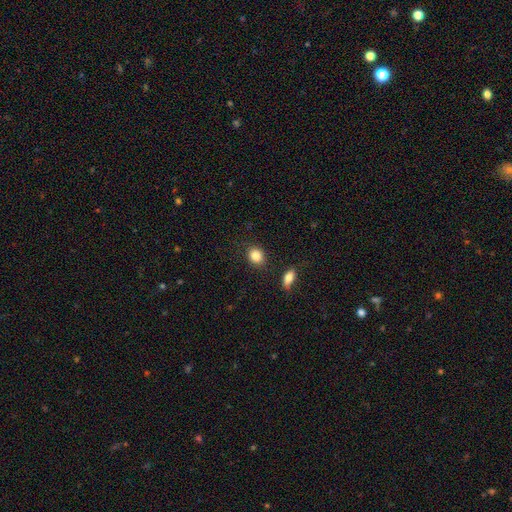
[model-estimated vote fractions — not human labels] Q: Smooth or featured?
A: smooth (85%); runner-up: star or artifact (9%)
Q: How rounded?
A: round (65%); runner-up: in between (34%)
Q: Merging?
A: none (84%); runner-up: minor disturbance (9%)